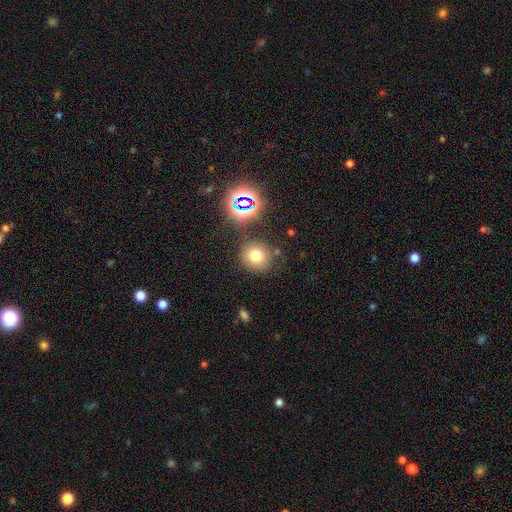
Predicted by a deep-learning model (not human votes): A smooth galaxy with no disk features (71%) that is round (85%).

Vote fractions:
- Smooth or featured? smooth: 71% / star or artifact: 19% / featured or disk: 10%
- How rounded? round: 85% / in between: 14% / cigar-shaped: 1%
- Merging? none: 78% / minor disturbance: 11% / merger: 6% / major disturbance: 5%